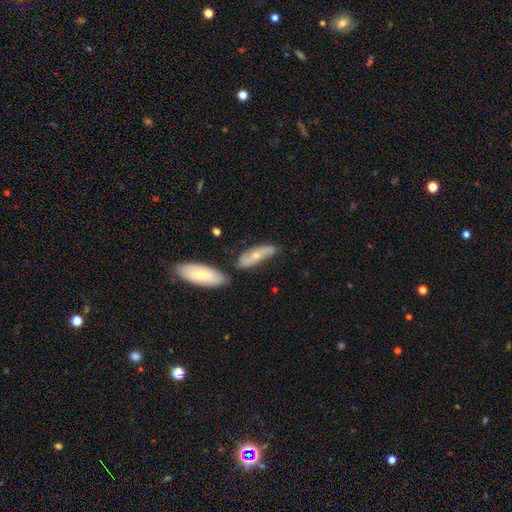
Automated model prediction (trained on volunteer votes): Smooth or featured? Predicted: featured or disk (p=0.47). Merging? Predicted: none (p=0.59).